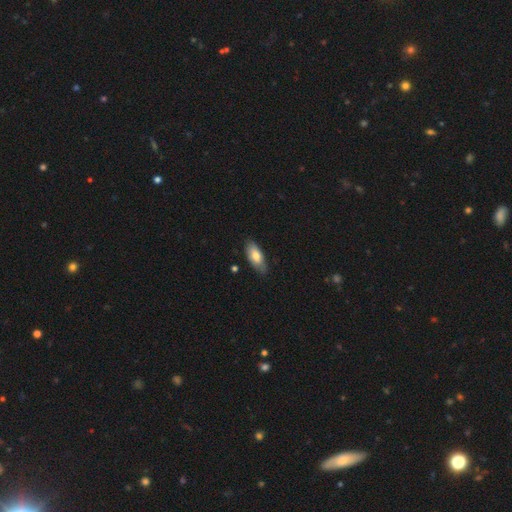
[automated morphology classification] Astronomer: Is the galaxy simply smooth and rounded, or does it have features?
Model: smooth — 73%.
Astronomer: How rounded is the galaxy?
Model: in between — 84%.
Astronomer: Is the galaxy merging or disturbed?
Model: none — 81%.